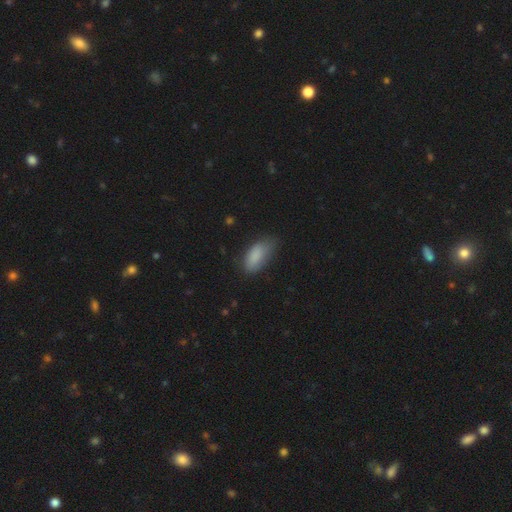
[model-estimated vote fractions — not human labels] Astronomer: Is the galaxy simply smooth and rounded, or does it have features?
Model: smooth — 86%.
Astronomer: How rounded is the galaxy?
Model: in between — 89%.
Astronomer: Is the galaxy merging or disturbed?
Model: none — 58%.